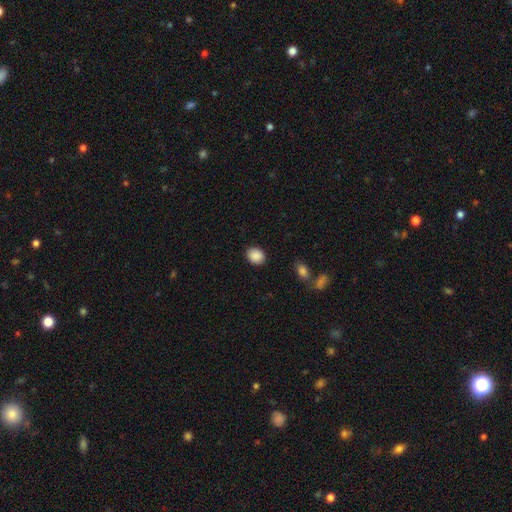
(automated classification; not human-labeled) Smooth or featured? Predicted: smooth (p=0.89). How rounded? Predicted: round (p=0.53). Merging? Predicted: none (p=0.88).